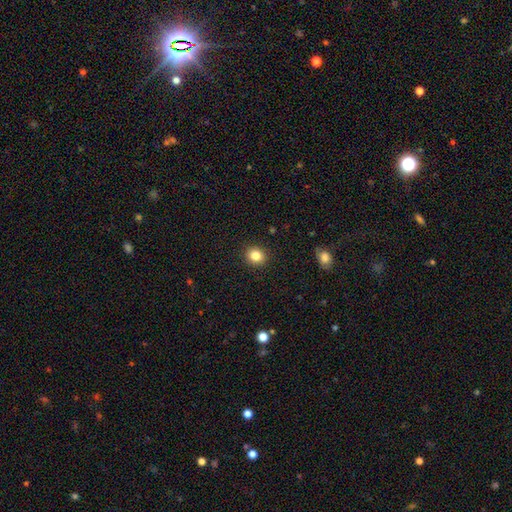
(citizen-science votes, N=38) A smooth galaxy with no disk features (89%) that is round (74%). Merging: none (94%).